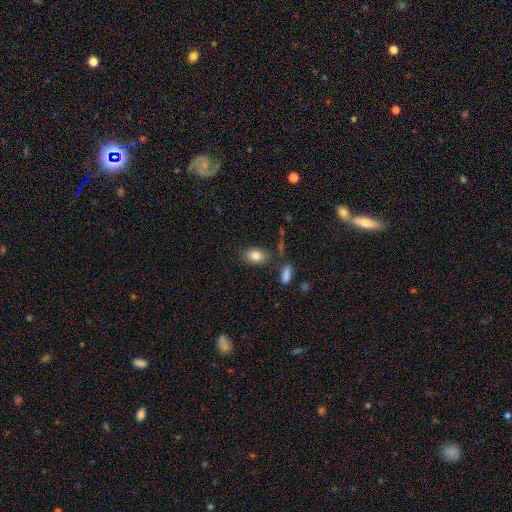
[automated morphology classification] Smooth or featured? Predicted: smooth (p=0.82). How rounded? Predicted: in between (p=0.82). Merging? Predicted: none (p=0.78).